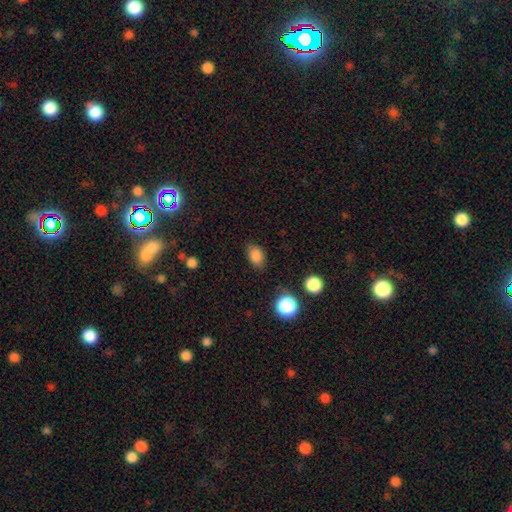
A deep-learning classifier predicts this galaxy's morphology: Smooth or featured?
  - smooth: 85% *
  - star or artifact: 11%
  - featured or disk: 5%
How rounded?
  - in between: 79% *
  - round: 20%
  - cigar-shaped: 1%
Merging?
  - none: 79% *
  - minor disturbance: 15%
  - major disturbance: 4%
  - merger: 2%